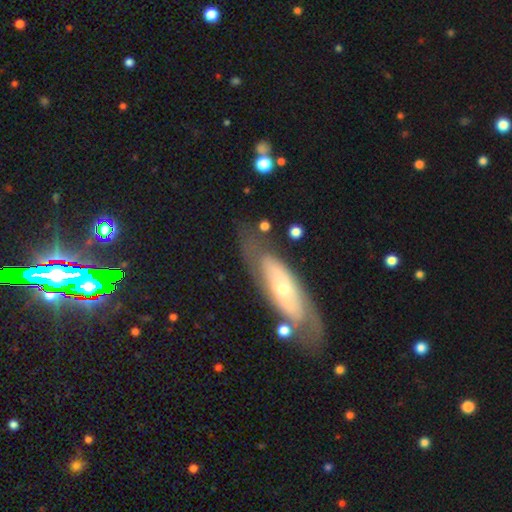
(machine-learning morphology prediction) Smooth or featured: featured or disk — 71% (smooth — 15%)
Edge-on disk: no — 73% (yes — 27%)
Bar: no — 61% (weak — 28%)
Spiral arms: yes — 85% (no — 15%)
Bulge size: small — 62% (moderate — 32%)
Merging: none — 77% (minor disturbance — 15%)